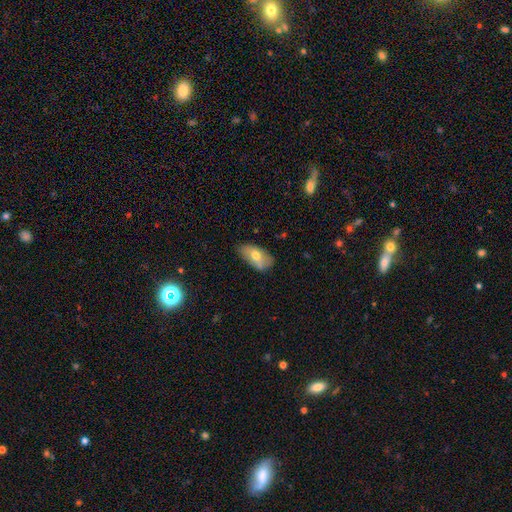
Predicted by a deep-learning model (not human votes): Morphology: type=smooth (65%); roundness=in between (92%); merging=none (69%).